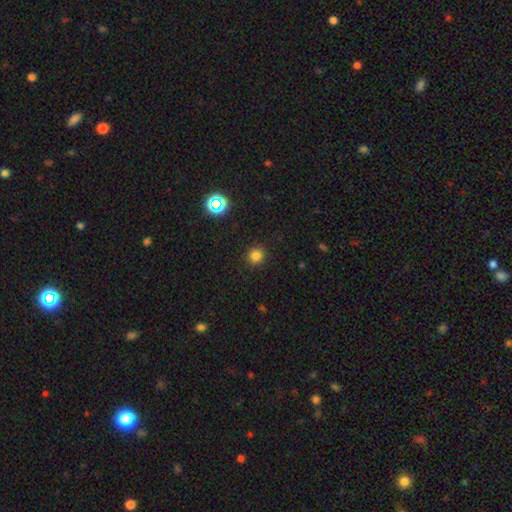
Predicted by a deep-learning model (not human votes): The model was most divided on "smooth or featured": smooth: 80%, star or artifact: 16%, featured or disk: 4%. More confident: how rounded — round (92%); merging — none (91%).